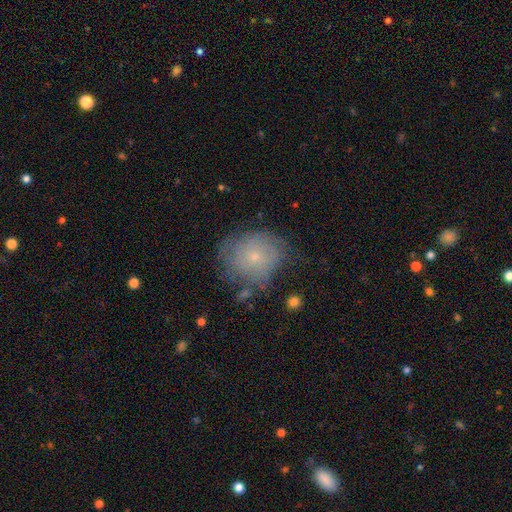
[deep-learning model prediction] This is possibly a smooth galaxy (48%). Merging: possibly none (58%).